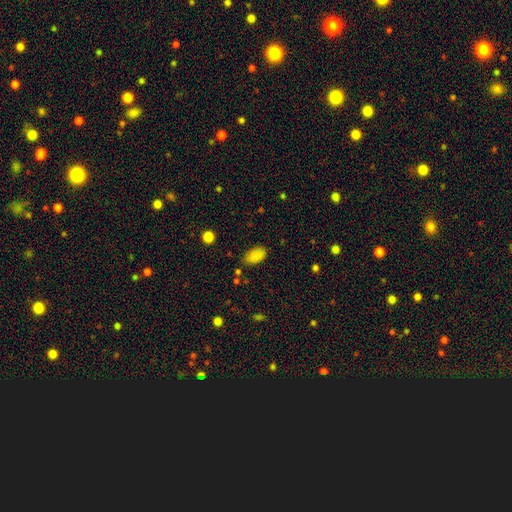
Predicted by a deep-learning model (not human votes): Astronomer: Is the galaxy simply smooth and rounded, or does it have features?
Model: smooth — 86%.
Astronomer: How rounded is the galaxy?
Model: in between — 92%.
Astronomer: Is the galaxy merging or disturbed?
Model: none — 77%.